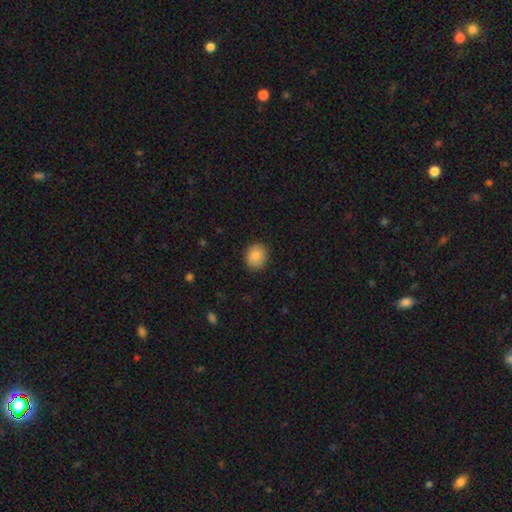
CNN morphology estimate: Smooth or featured: smooth — 84% (star or artifact — 8%)
How rounded: round — 64% (in between — 35%)
Merging: none — 89% (minor disturbance — 8%)